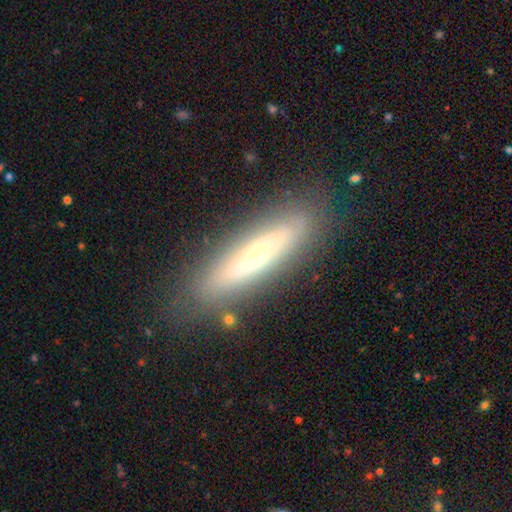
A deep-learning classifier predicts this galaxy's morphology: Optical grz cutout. It shows a featured or disk galaxy (60%) viewed edge-on (55%). Merging: none (82%).